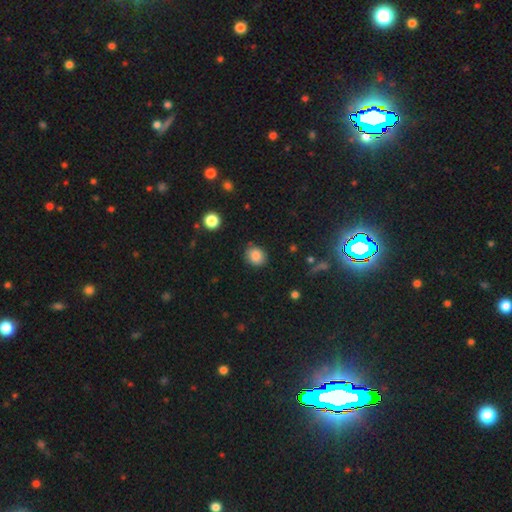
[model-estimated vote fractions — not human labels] Smooth or featured: smooth — 85% (star or artifact — 10%)
How rounded: round — 69% (in between — 30%)
Merging: none — 82% (minor disturbance — 14%)